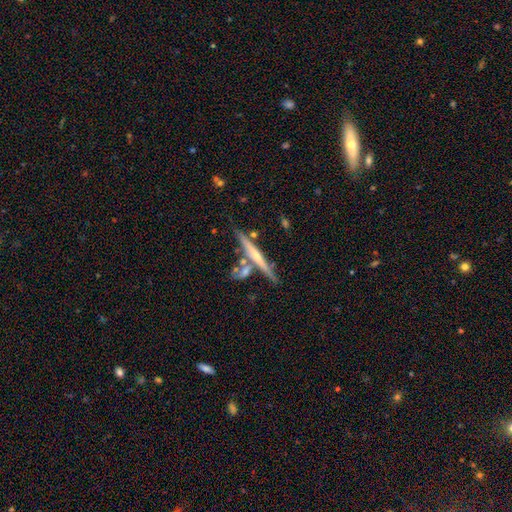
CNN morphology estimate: smooth-or-featured: featured or disk: 62% | smooth: 31% | star or artifact: 7%
  disk-edge-on: yes: 95% | no: 5%
    edge-on-bulge: none: 46% (tied) | rounded: 46% (tied) | boxy: 8%
  merging: none: 67% | merger: 17% | minor disturbance: 13% | major disturbance: 3%